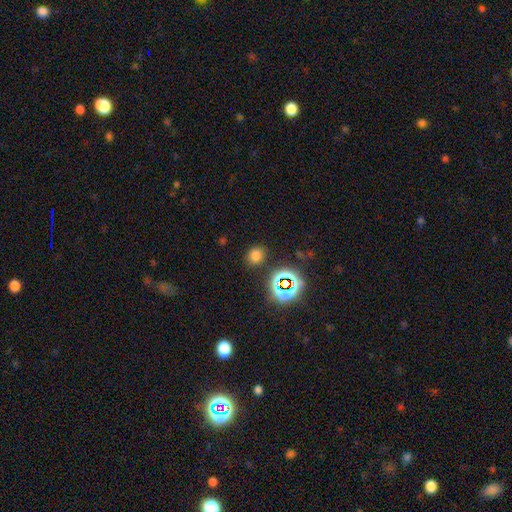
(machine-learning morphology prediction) smooth_or_featured: smooth (p=0.70) [alt: star or artifact p=0.24]
how_rounded: round (p=0.65) [alt: in between p=0.34]
merging: none (p=0.82) [alt: minor disturbance p=0.10]